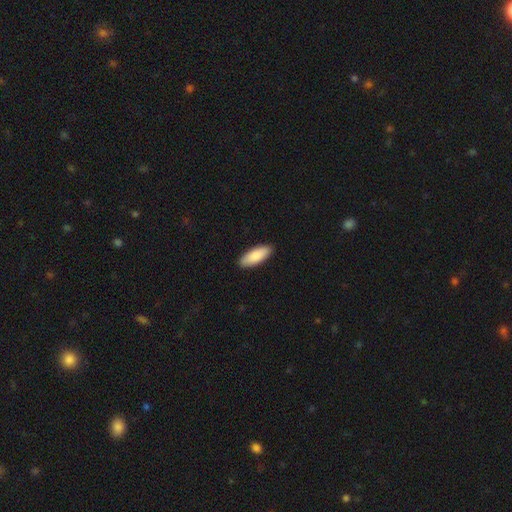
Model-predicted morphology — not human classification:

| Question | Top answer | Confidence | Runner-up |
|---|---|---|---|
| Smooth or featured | smooth | 87% | featured or disk (8%) |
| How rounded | in between | 77% | cigar-shaped (22%) |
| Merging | none | 90% | minor disturbance (7%) |